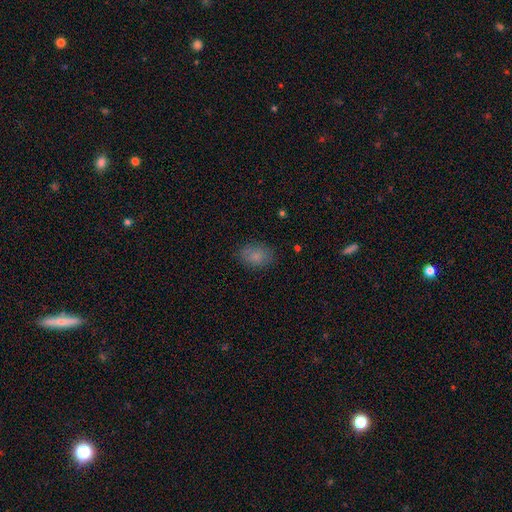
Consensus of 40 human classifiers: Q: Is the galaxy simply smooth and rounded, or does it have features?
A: smooth — 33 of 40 (82%).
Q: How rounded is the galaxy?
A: in between — 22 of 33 (67%).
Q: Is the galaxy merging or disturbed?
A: none — 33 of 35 (94%).